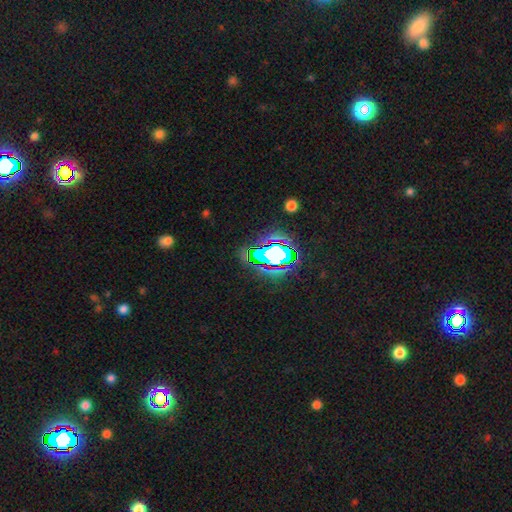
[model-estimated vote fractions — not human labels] Smooth or featured?
  - star or artifact: 72% *
  - smooth: 15%
  - featured or disk: 14%